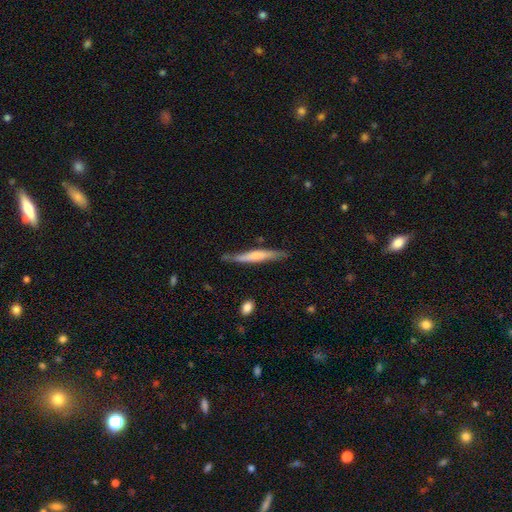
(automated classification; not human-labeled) Overall: smooth (51%; featured or disk 44%). How rounded: cigar-shaped (94%). Merging: none (73%).